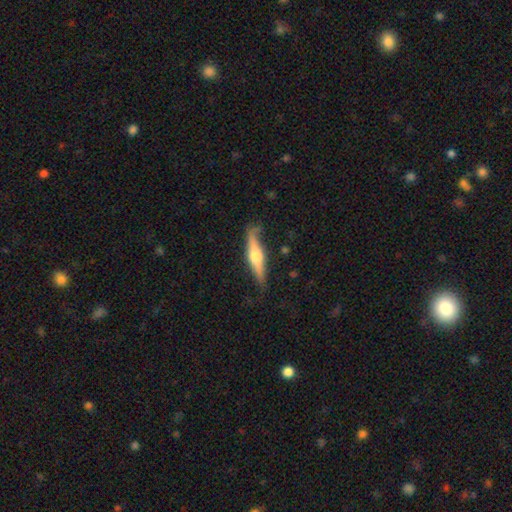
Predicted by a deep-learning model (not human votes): featured or disk 63%, smooth 32%, star or artifact 5%. Down the decision tree: edge-on disk — yes (94%); edge-on bulge — rounded (92%); merging — none (75%).